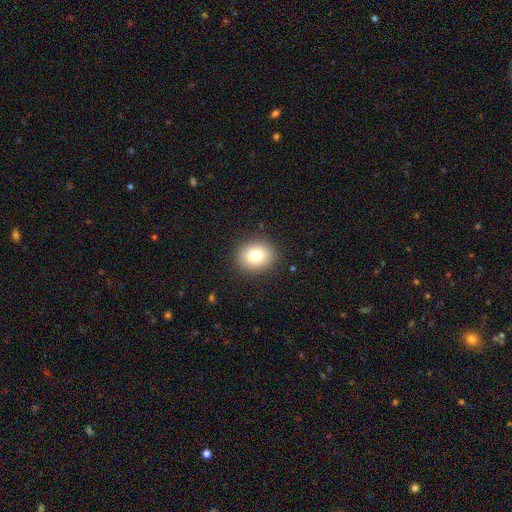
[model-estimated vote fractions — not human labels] The model was most divided on "how rounded": round: 61%, in between: 38%, cigar-shaped: 1%. More confident: merging — none (89%); smooth or featured — smooth (79%).